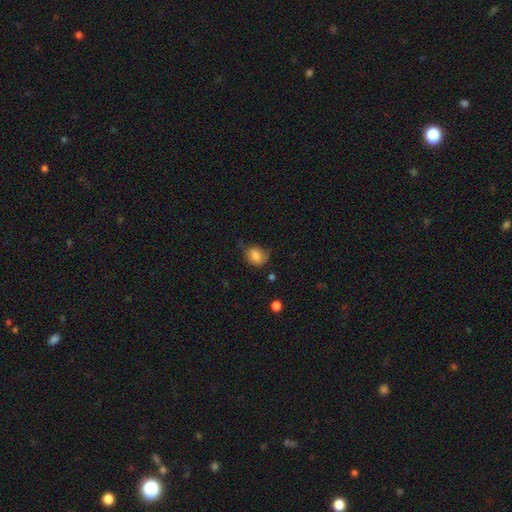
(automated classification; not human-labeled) Smooth or featured?
  - smooth: 79% *
  - featured or disk: 12%
  - star or artifact: 9%
How rounded?
  - round: 50% *
  - in between: 49%
  - cigar-shaped: 1%
Merging?
  - none: 50% *
  - minor disturbance: 35%
  - major disturbance: 13%
  - merger: 2%